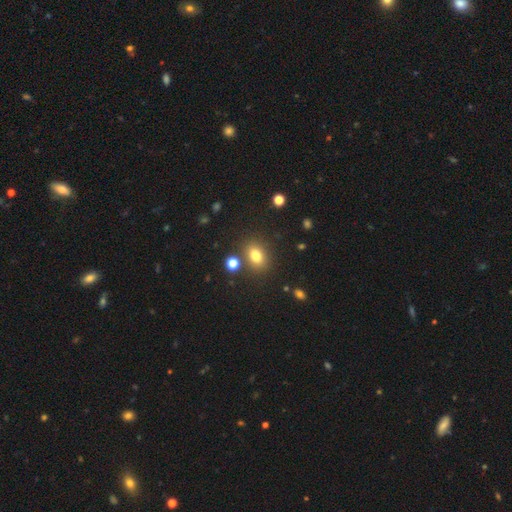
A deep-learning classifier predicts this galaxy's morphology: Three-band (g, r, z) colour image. It shows a smooth galaxy with no disk features (78%) that is in between round and cigar-shaped (65%). Merging: none (79%).